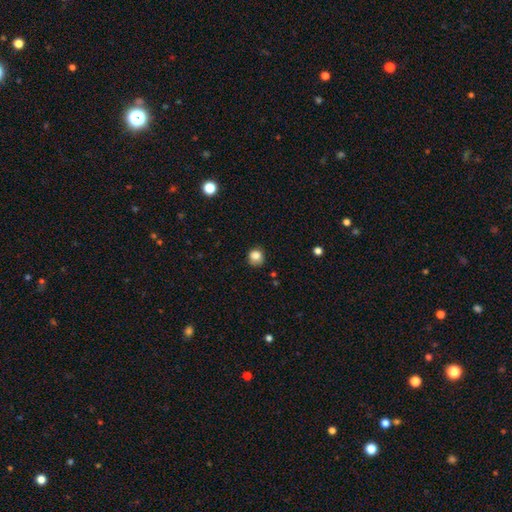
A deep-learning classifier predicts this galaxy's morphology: Q: Smooth or featured?
A: smooth (83%); runner-up: star or artifact (11%)
Q: How rounded?
A: round (84%); runner-up: in between (16%)
Q: Merging?
A: none (72%); runner-up: minor disturbance (22%)